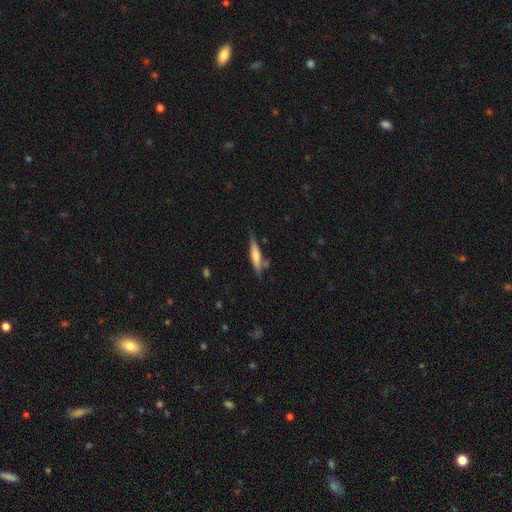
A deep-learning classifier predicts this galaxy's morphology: type=smooth (56%); roundness=cigar-shaped (83%); merging=none (70%).